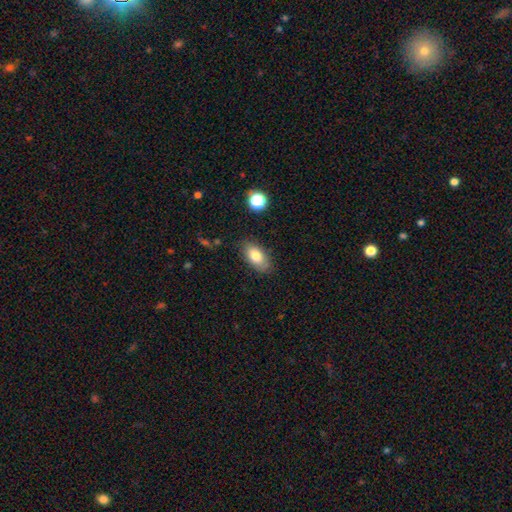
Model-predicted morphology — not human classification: A smooth galaxy with no disk features (79%) that is in between round and cigar-shaped (90%).

Vote fractions:
- Smooth or featured? smooth: 79% / featured or disk: 13% / star or artifact: 8%
- How rounded? in between: 90% / round: 5% / cigar-shaped: 4%
- Merging? none: 82% / minor disturbance: 13% / major disturbance: 3% / merger: 2%